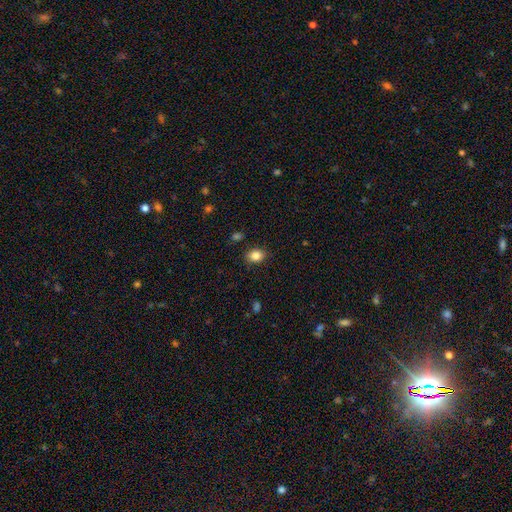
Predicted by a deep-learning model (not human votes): smooth_or_featured: smooth (p=0.85) [alt: star or artifact p=0.10]
how_rounded: in between (p=0.55) [alt: round p=0.44]
merging: none (p=0.85) [alt: minor disturbance p=0.11]